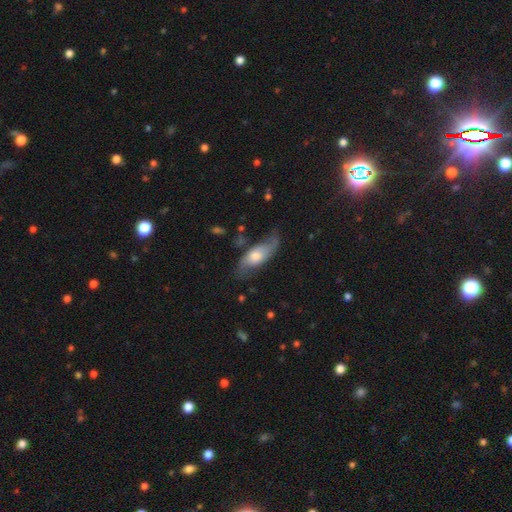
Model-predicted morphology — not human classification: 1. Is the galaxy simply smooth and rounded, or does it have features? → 50% featured or disk, 43% smooth, 7% star or artifact.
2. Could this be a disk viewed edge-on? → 79% no, 21% yes.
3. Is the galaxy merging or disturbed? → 57% none, 28% minor disturbance, 13% major disturbance, 3% merger.